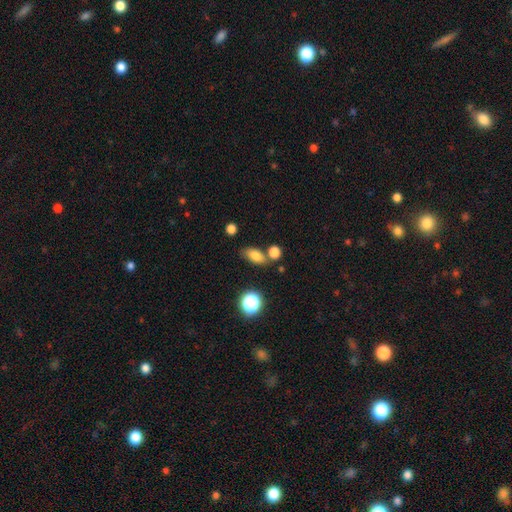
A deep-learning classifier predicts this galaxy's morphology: Overall: smooth (80%). How rounded: in between (83%). Merging: none (67%).